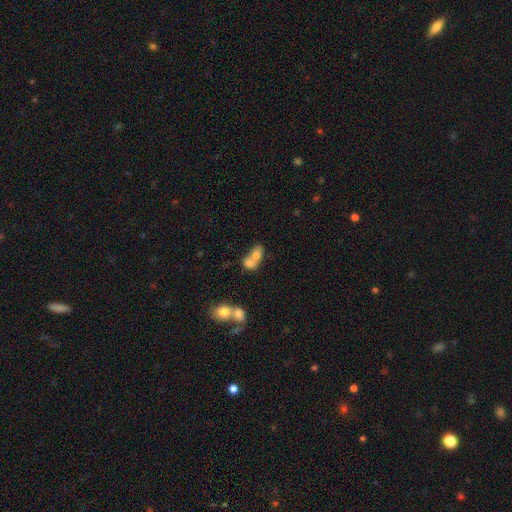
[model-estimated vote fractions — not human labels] This is likely a smooth galaxy (72%). How rounded: likely in between (66%). Merging: likely merger (72%).